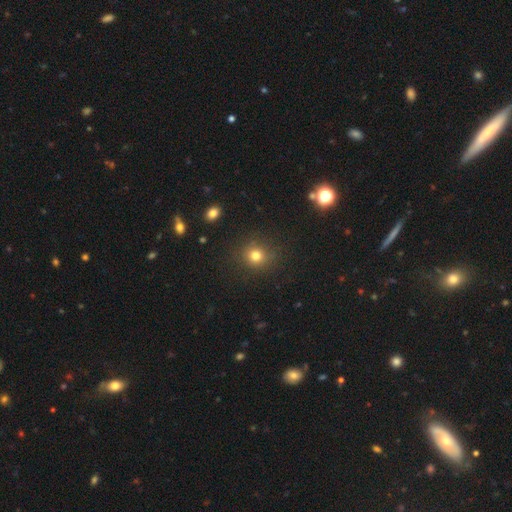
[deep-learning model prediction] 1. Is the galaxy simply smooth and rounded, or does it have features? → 78% smooth, 16% star or artifact, 6% featured or disk.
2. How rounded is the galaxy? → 88% round, 11% in between, 1% cigar-shaped.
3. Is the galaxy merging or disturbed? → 86% none, 9% minor disturbance, 3% major disturbance, 2% merger.